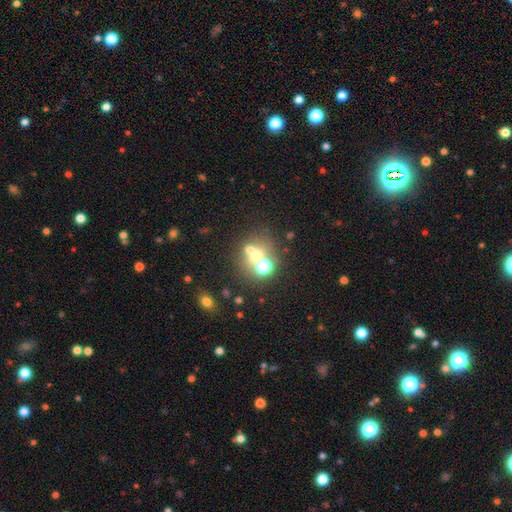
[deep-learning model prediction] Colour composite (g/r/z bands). It shows a smooth galaxy with no disk features (48%). Merging: none (46%).